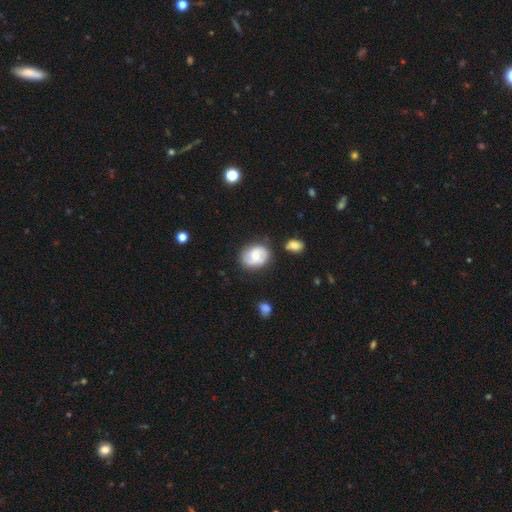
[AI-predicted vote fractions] This is possibly a featured or disk galaxy (49%). Merging: likely none (71%).